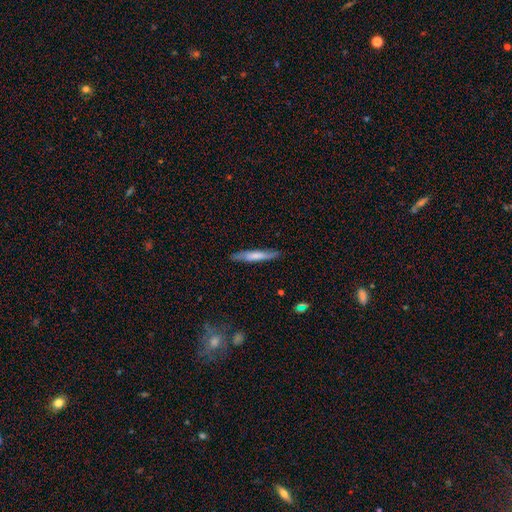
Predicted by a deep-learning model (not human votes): smooth_or_featured: smooth (p=0.63) [alt: featured or disk p=0.32]
how_rounded: cigar-shaped (p=0.90) [alt: in between p=0.09]
merging: none (p=0.83) [alt: minor disturbance p=0.13]